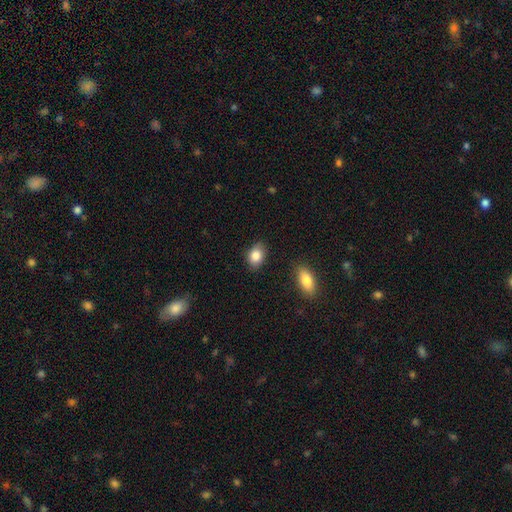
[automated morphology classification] Q: Smooth or featured?
A: smooth (85%); runner-up: star or artifact (8%)
Q: How rounded?
A: in between (77%); runner-up: round (21%)
Q: Merging?
A: none (83%); runner-up: minor disturbance (13%)